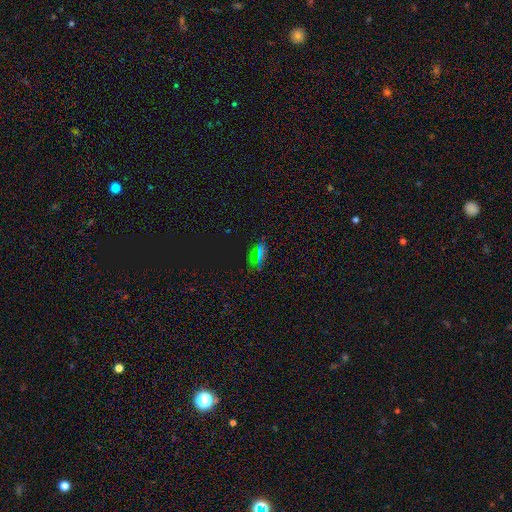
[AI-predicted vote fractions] Smooth or featured: smooth — 51% (star or artifact — 41%)
How rounded: in between — 83% (round — 11%)
Merging: none — 78% (minor disturbance — 15%)